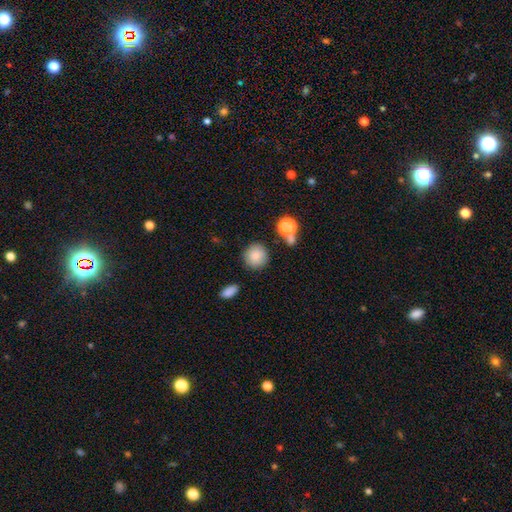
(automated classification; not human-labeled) Smooth or featured?
  - smooth: 86% *
  - star or artifact: 9%
  - featured or disk: 6%
How rounded?
  - round: 90% *
  - in between: 9%
  - cigar-shaped: 1%
Merging?
  - none: 81% *
  - minor disturbance: 10%
  - merger: 6%
  - major disturbance: 3%